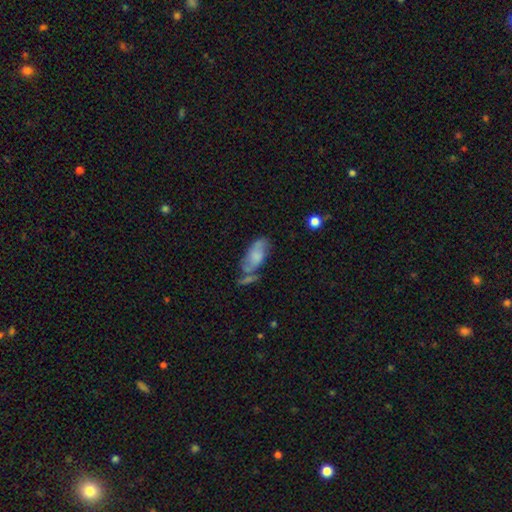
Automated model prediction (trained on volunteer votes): smooth_or_featured: smooth (p=0.55) [alt: featured or disk p=0.37]
how_rounded: in between (p=0.85) [alt: cigar-shaped p=0.11]
merging: none (p=0.45) [alt: minor disturbance p=0.24]